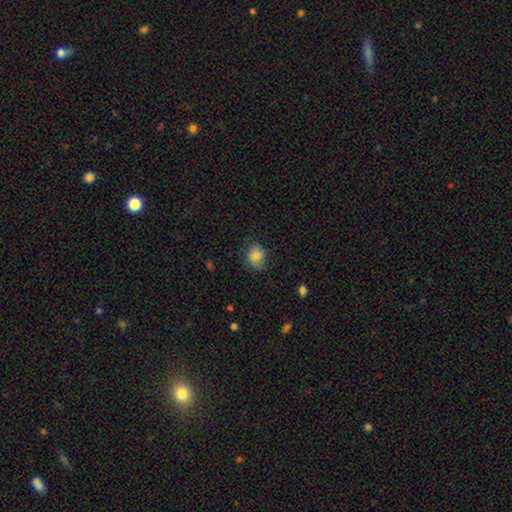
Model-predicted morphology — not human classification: A smooth galaxy with no disk features (82%) that is round (67%).

Vote fractions:
- Smooth or featured? smooth: 82% / star or artifact: 9% / featured or disk: 9%
- How rounded? round: 67% / in between: 32% / cigar-shaped: 1%
- Merging? none: 71% / minor disturbance: 23% / major disturbance: 6% / merger: 1%